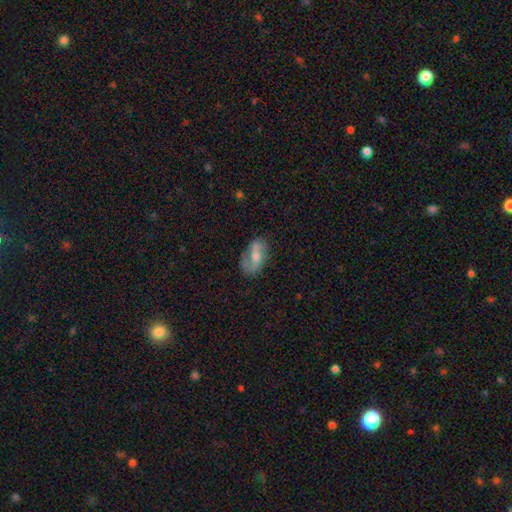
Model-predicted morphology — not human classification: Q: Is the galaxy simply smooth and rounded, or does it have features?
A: featured or disk — 58%.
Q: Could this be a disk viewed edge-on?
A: no — 93%.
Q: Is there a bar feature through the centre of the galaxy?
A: weak — 40%, tied with no.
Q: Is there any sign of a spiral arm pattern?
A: yes — 76%.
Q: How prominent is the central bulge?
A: moderate — 54%.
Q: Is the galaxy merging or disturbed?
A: none — 63%.